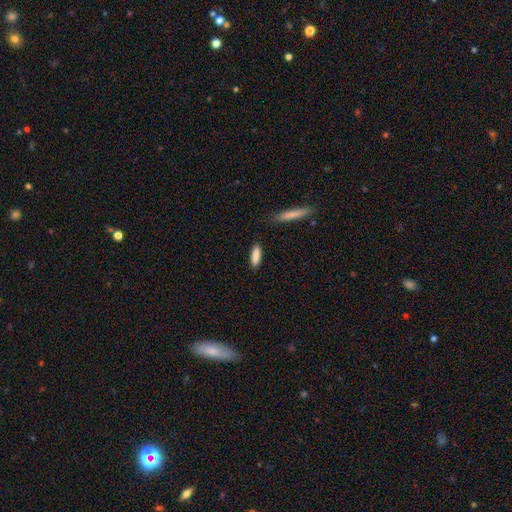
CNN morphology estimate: A smooth galaxy with no disk features (88%) that is cigar-shaped (55%).

Vote fractions:
- Smooth or featured? smooth: 88% / featured or disk: 6% / star or artifact: 6%
- How rounded? cigar-shaped: 55% / in between: 44% / round: 2%
- Merging? none: 86% / minor disturbance: 10% / major disturbance: 2% / merger: 2%